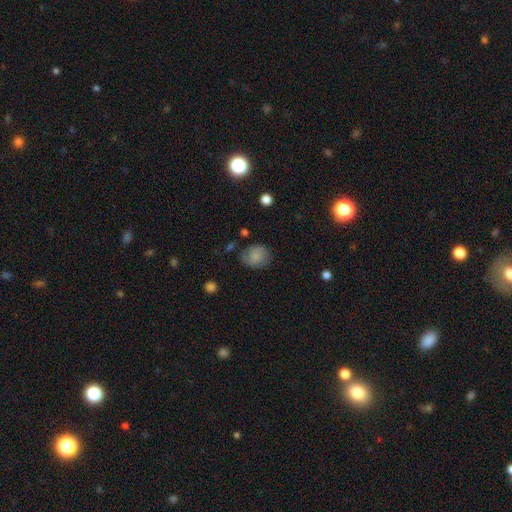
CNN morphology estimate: Smooth or featured? Predicted: smooth (p=0.63). How rounded? Predicted: round (p=0.61). Merging? Predicted: none (p=0.70).